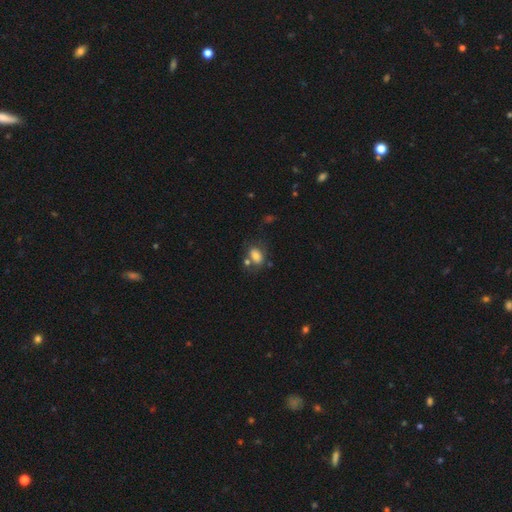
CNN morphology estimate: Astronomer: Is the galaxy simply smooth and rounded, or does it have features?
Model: smooth — 75%.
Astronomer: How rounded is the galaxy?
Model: in between — 82%.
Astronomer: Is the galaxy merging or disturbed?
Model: none — 51%.